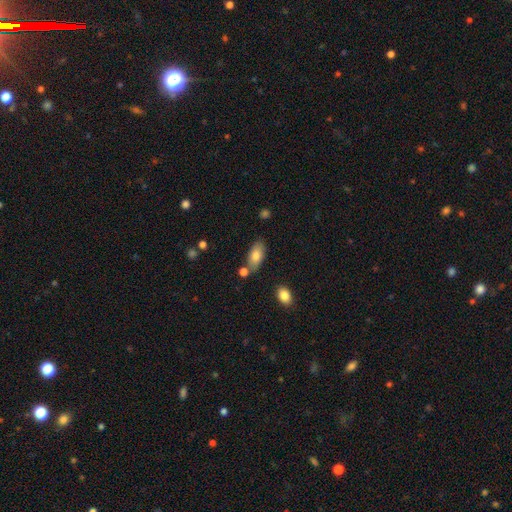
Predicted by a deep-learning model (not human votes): smooth_or_featured: smooth (p=0.80) [alt: featured or disk p=0.14]
how_rounded: in between (p=0.90) [alt: cigar-shaped p=0.07]
merging: none (p=0.71) [alt: minor disturbance p=0.15]